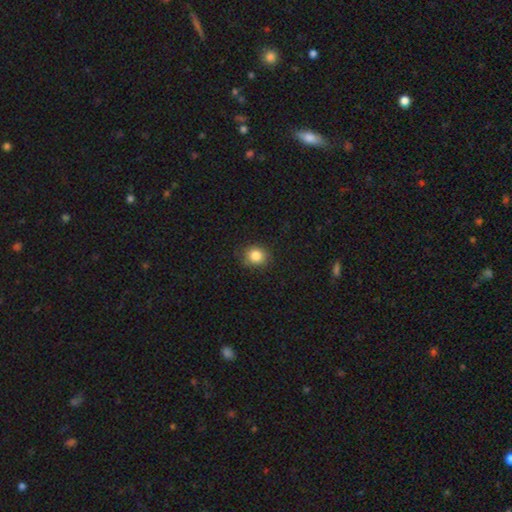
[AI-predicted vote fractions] This is clearly a smooth galaxy (84%). How rounded: likely round (78%). Merging: clearly none (83%).